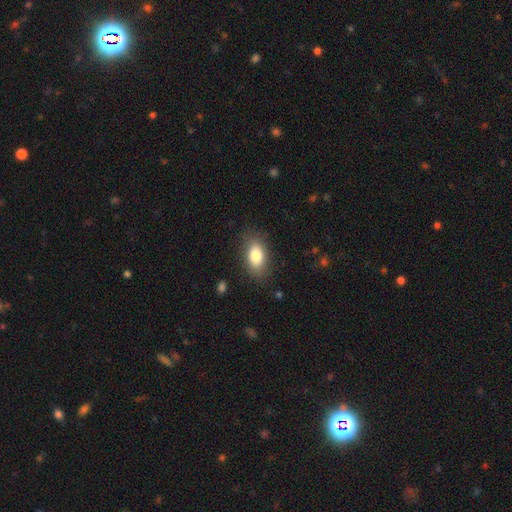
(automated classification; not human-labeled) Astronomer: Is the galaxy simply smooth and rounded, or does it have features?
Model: smooth — 82%.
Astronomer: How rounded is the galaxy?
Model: in between — 90%.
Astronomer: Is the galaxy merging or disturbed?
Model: none — 84%.